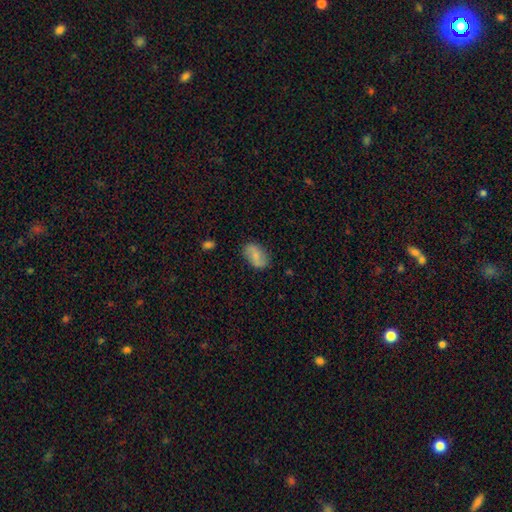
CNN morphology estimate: Smooth or featured? smooth (63%)
How rounded? in between (90%)
Merging? none (80%)